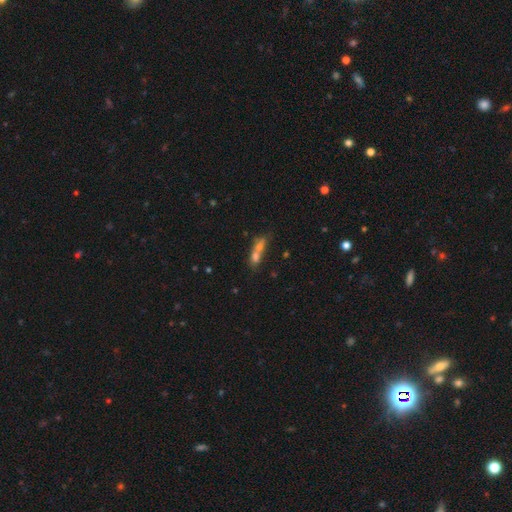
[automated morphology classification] type=smooth (57%); roundness=in between (46%); merging=merger (59%).